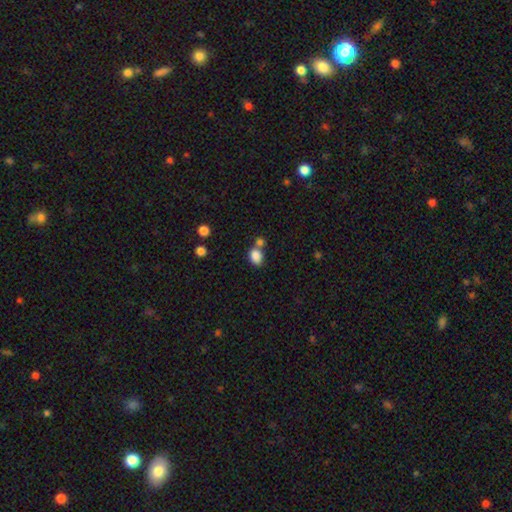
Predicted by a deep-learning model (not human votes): Smooth or featured? smooth (85%)
How rounded? in between (64%)
Merging? none (52%)